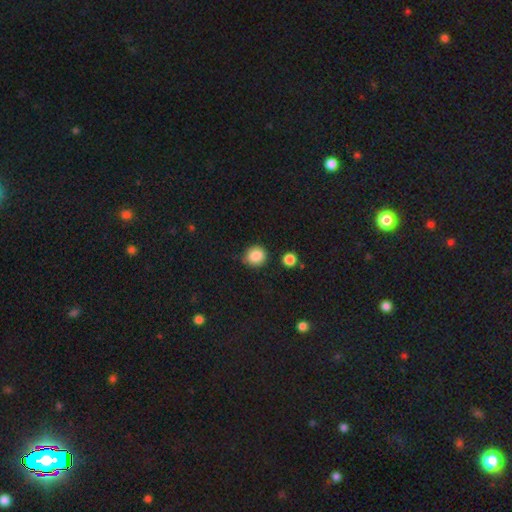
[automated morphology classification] Smooth or featured?
  - smooth: 86% *
  - star or artifact: 10%
  - featured or disk: 4%
How rounded?
  - round: 85% *
  - in between: 14%
  - cigar-shaped: 1%
Merging?
  - none: 78% *
  - minor disturbance: 15%
  - major disturbance: 3%
  - merger: 3%